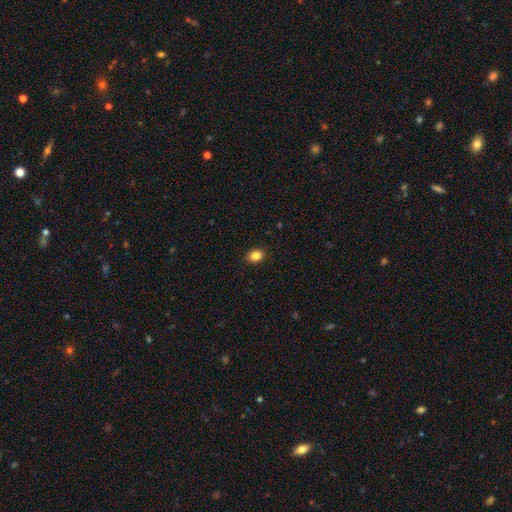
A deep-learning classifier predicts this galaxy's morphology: smooth-or-featured: smooth: 85% | star or artifact: 10% | featured or disk: 4%
  how-rounded: in between: 54% | round: 45% | cigar-shaped: 1%
  merging: none: 90% | minor disturbance: 7% | major disturbance: 2% | merger: 1%